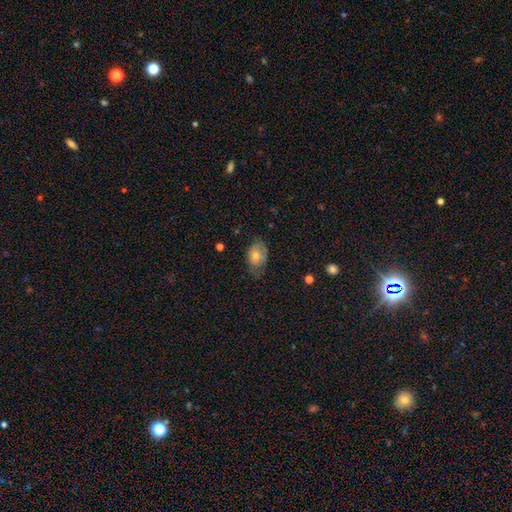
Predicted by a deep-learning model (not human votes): smooth-or-featured: smooth: 64% | featured or disk: 27% | star or artifact: 9%
  how-rounded: in between: 82% | round: 16% | cigar-shaped: 2%
  merging: none: 59% | minor disturbance: 30% | major disturbance: 10% | merger: 1%